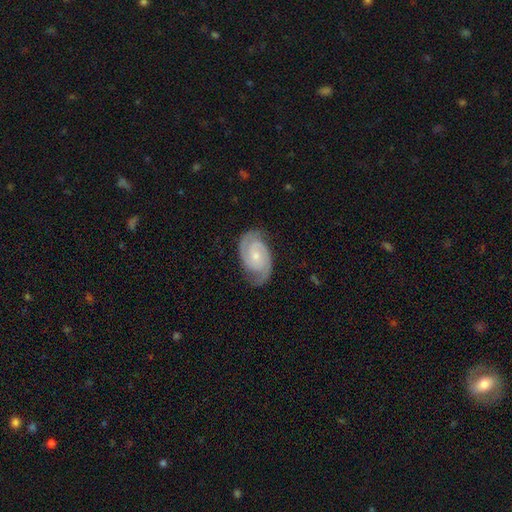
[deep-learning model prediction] smooth-or-featured: featured or disk: 89% | smooth: 7% | star or artifact: 5%
  disk-edge-on: no: 97% | yes: 3%
    bar: no: 62% | weak: 31% | strong: 6%
    has-spiral-arms: yes: 98% | no: 2%
      spiral-winding: tight: 54% | medium: 39% | loose: 7%
      spiral-arm-count: 2: 91% | can't tell: 3% | 3: 3% | 1: 1% | 4: 1% | more than 4: 1%
    bulge-size: small: 61% | moderate: 32% | none: 4% | large: 2% | dominant: 1%
  merging: none: 80% | minor disturbance: 15% | major disturbance: 4% | merger: 1%